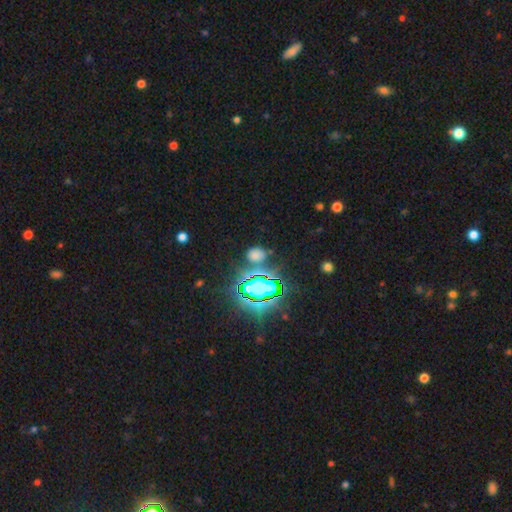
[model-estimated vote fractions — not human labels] Morphology: type=smooth (52%); roundness=round (54%); merging=none (76%).